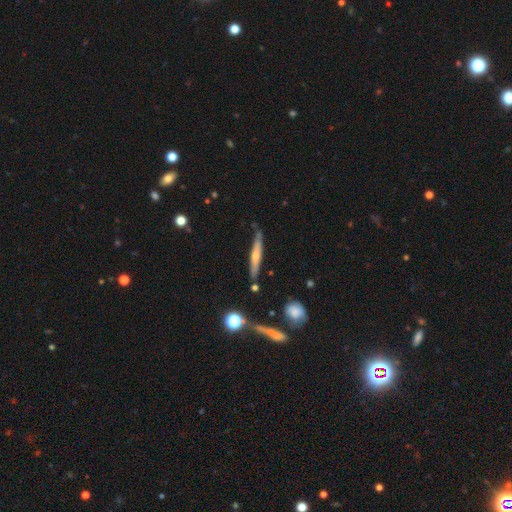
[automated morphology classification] A featured or disk galaxy (63%) viewed edge-on (93%) with a rounded central bulge (71%).

Vote fractions:
- Smooth or featured? featured or disk: 63% / smooth: 28% / star or artifact: 9%
- Edge-on disk? yes: 93% / no: 7%
- Edge-on bulge? rounded: 71% / none: 22% / boxy: 7%
- Merging? none: 76% / minor disturbance: 17% / major disturbance: 4% / merger: 3%